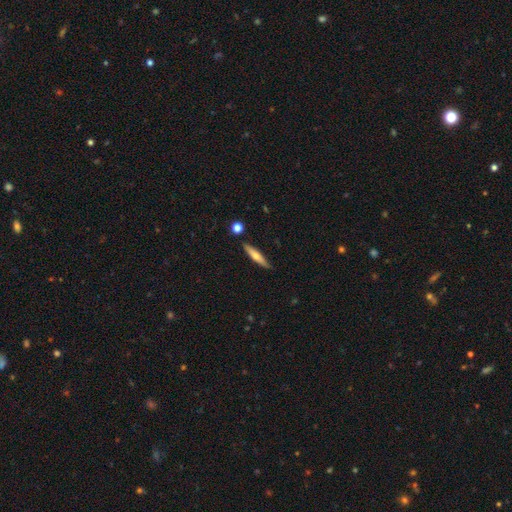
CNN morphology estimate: Smooth or featured? Predicted: smooth (p=0.51). How rounded? Predicted: cigar-shaped (p=0.86). Merging? Predicted: none (p=0.85).